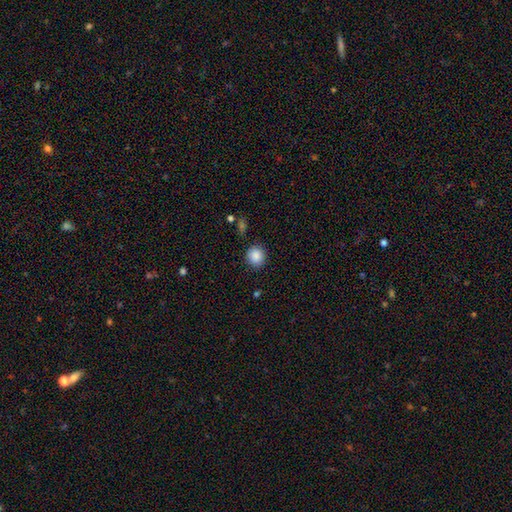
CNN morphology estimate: A smooth galaxy with no disk features (88%) that is round (85%). Merging: none (87%).